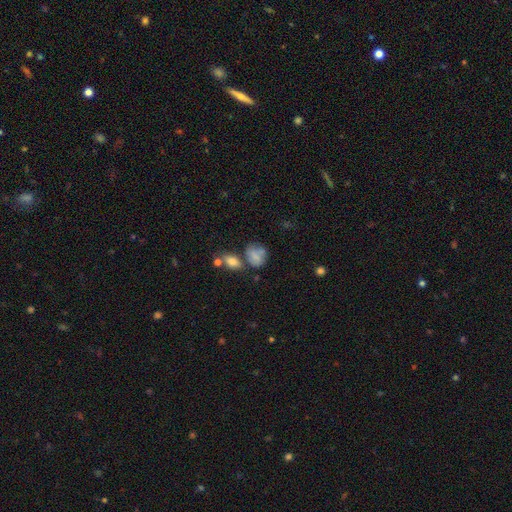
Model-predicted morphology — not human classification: Smooth or featured?
  - smooth: 69% *
  - featured or disk: 21%
  - star or artifact: 10%
How rounded?
  - round: 50% *
  - in between: 49%
  - cigar-shaped: 2%
Merging?
  - none: 42% *
  - minor disturbance: 24%
  - merger: 23%
  - major disturbance: 12%